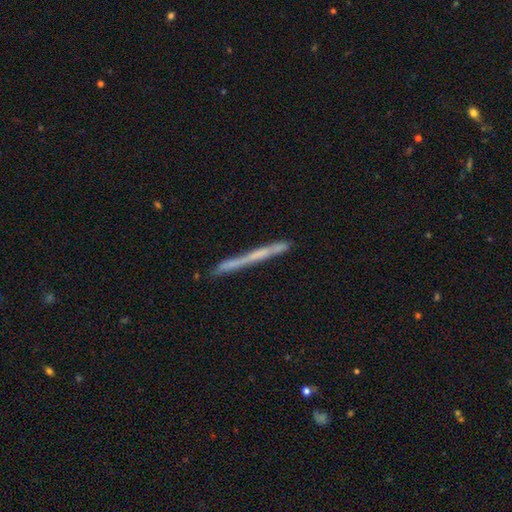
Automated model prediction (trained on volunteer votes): Smooth or featured? Predicted: featured or disk (p=0.54). Edge-on disk? Predicted: yes (p=0.96). Edge-on bulge? Predicted: none (p=0.85). Merging? Predicted: none (p=0.86).